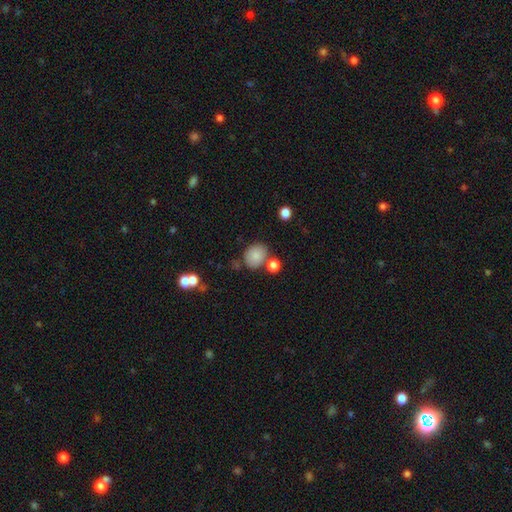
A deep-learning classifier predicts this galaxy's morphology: Smooth or featured? smooth (84%)
How rounded? round (66%)
Merging? none (70%)